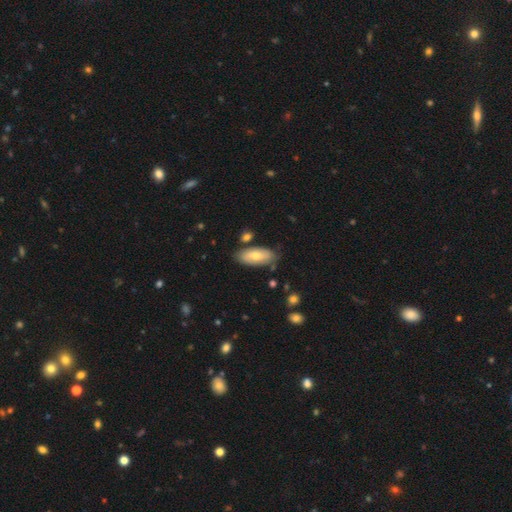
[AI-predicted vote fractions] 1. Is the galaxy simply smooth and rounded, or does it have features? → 68% smooth, 26% featured or disk, 6% star or artifact.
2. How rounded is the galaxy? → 86% in between, 12% cigar-shaped, 2% round.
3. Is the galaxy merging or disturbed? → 77% none, 15% minor disturbance, 5% merger, 3% major disturbance.